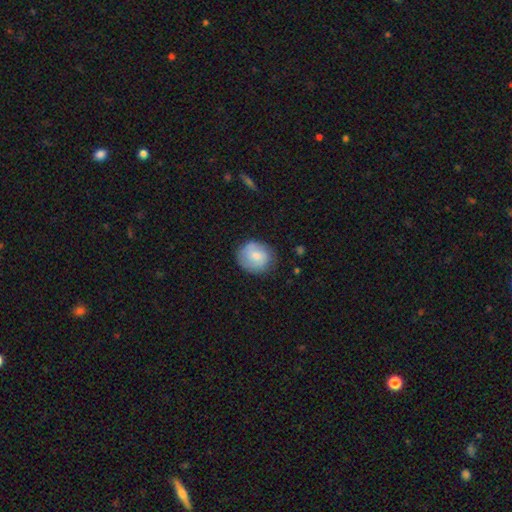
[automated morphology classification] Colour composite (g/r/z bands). It shows a smooth galaxy with no disk features (68%) that is round (80%). Merging: none (75%).